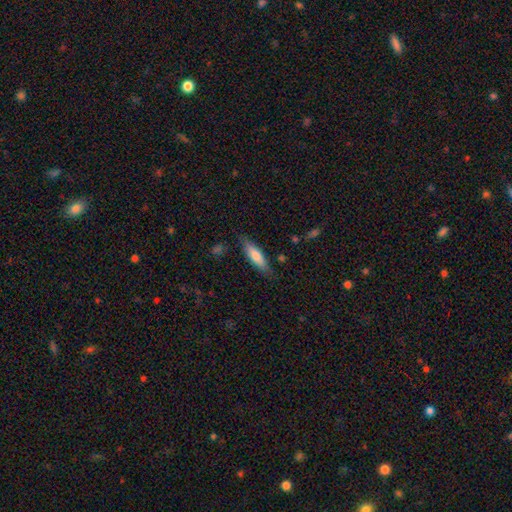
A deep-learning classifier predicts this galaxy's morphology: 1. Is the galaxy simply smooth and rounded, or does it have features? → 72% smooth, 22% featured or disk, 6% star or artifact.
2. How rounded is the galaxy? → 59% cigar-shaped, 39% in between, 2% round.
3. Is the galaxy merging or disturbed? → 80% none, 15% minor disturbance, 3% major disturbance, 2% merger.